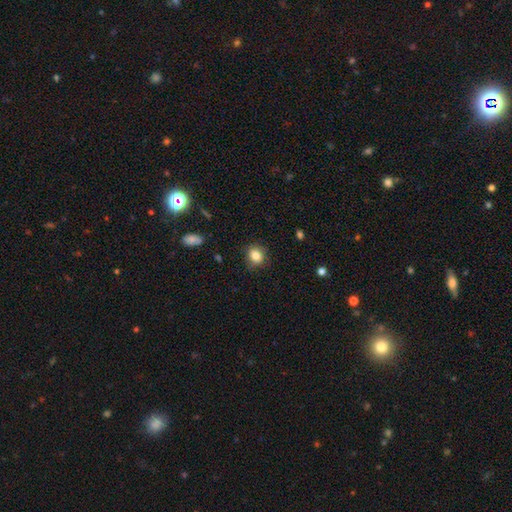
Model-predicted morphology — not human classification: A smooth galaxy with no disk features (84%) that is round (73%).

Vote fractions:
- Smooth or featured? smooth: 84% / star or artifact: 10% / featured or disk: 6%
- How rounded? round: 73% / in between: 26% / cigar-shaped: 1%
- Merging? none: 82% / minor disturbance: 14% / major disturbance: 3% / merger: 1%